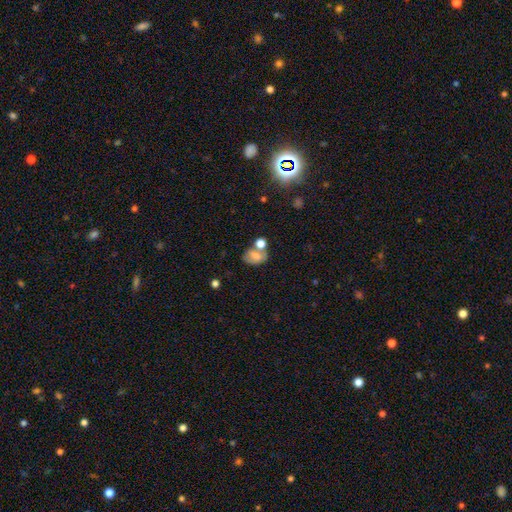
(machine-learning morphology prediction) A smooth galaxy with no disk features (68%) that is in between round and cigar-shaped (72%). Merging: none (42%).